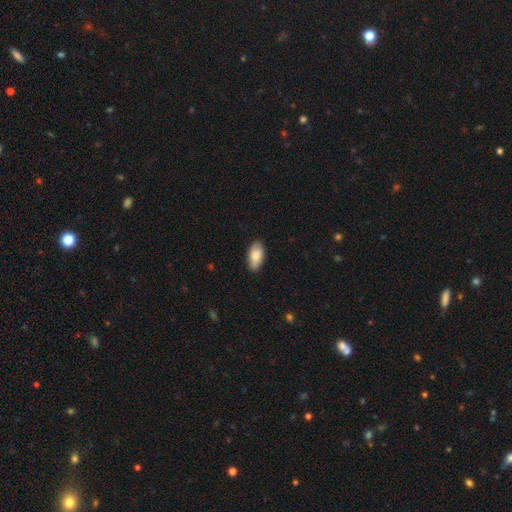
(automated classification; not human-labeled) Overall: smooth (81%). How rounded: in between (92%). Merging: none (86%).